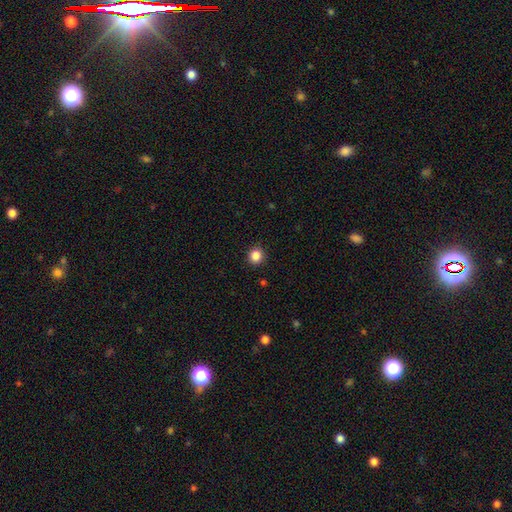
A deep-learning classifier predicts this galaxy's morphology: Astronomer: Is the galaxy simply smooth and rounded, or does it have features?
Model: smooth — 85%.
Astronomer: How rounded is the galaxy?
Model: round — 92%.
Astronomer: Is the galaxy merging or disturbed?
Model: none — 92%.